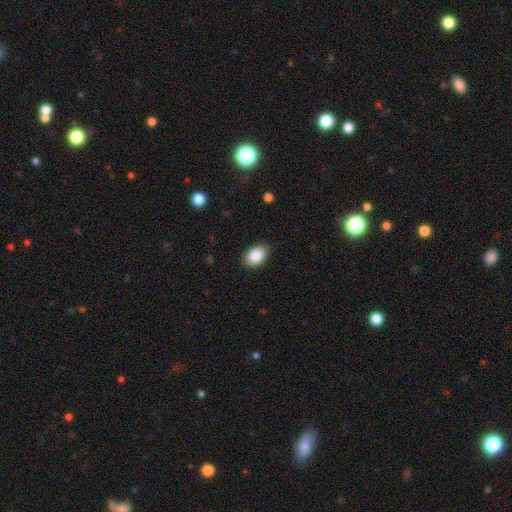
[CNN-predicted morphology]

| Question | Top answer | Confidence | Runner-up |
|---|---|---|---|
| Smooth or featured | smooth | 87% | star or artifact (7%) |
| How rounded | in between | 84% | round (15%) |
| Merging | none | 87% | minor disturbance (10%) |